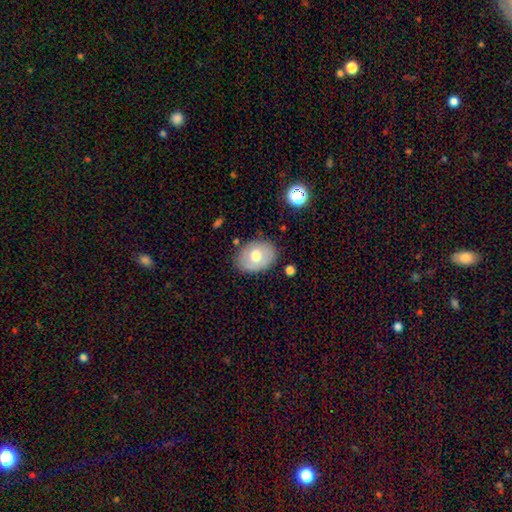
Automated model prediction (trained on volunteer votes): This is likely a smooth galaxy (67%). How rounded: likely in between (69%). Merging: clearly none (81%).